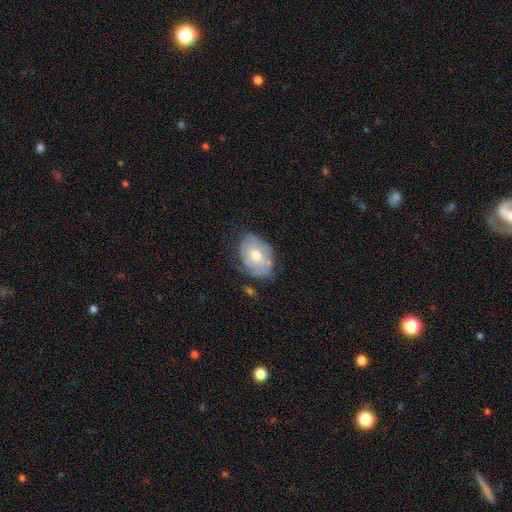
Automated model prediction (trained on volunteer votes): This is possibly a featured or disk galaxy (60%). It is clearly not viewed edge-on (96%). Bar: likely no (72%). Spiral arm pattern: likely yes (73%). Central bulge: likely moderate (70%). Merging: possibly none (55%).